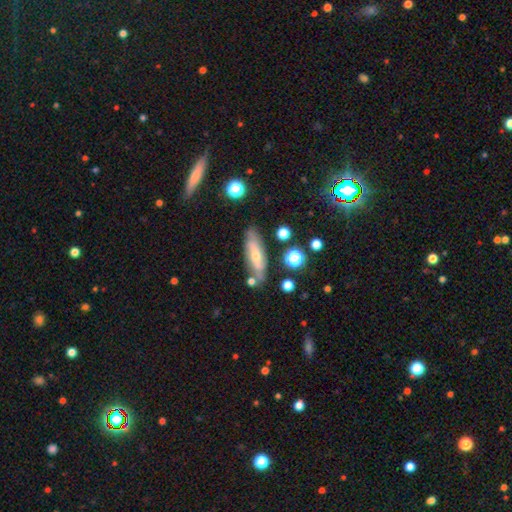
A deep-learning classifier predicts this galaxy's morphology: Smooth or featured: featured or disk — 51% (smooth — 40%)
Edge-on disk: no — 62% (yes — 38%)
Merging: none — 73% (minor disturbance — 17%)